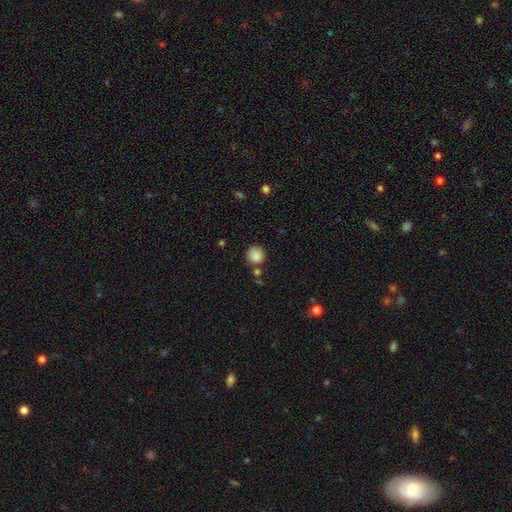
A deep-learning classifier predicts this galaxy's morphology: Q: Smooth or featured?
A: smooth (87%); runner-up: star or artifact (9%)
Q: How rounded?
A: round (92%); runner-up: in between (7%)
Q: Merging?
A: none (77%); runner-up: minor disturbance (11%)